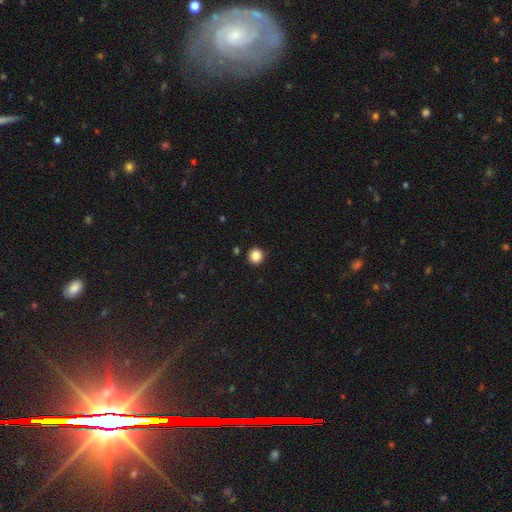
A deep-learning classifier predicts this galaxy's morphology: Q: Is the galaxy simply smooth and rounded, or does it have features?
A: smooth — 86%.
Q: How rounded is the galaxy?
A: round — 93%.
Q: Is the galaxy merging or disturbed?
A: none — 92%.